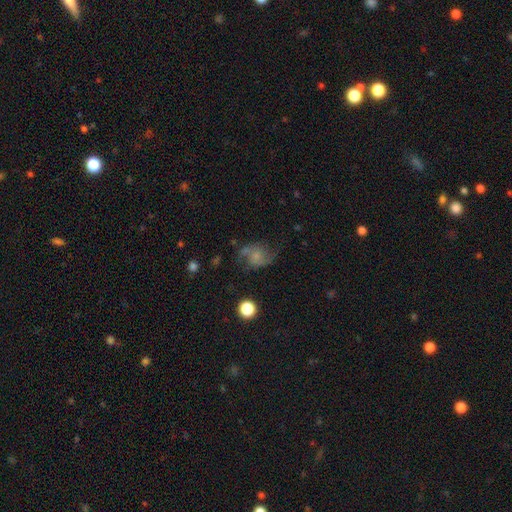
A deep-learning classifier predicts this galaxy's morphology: smooth-or-featured: featured or disk: 65% | smooth: 24% | star or artifact: 11%
  disk-edge-on: no: 98% | yes: 2%
    bar: no: 71% | weak: 25% | strong: 4%
    has-spiral-arms: yes: 89% | no: 11%
      spiral-winding: loose: 52% | medium: 39% | tight: 10%
      spiral-arm-count: 2: 89% | can't tell: 5% | 1: 3% | 3: 2% | 4: 1% | more than 4: 1%
    bulge-size: small: 49% | moderate: 23% | none: 21% | large: 4% | dominant: 2%
  merging: none: 60% | minor disturbance: 22% | major disturbance: 15% | merger: 4%